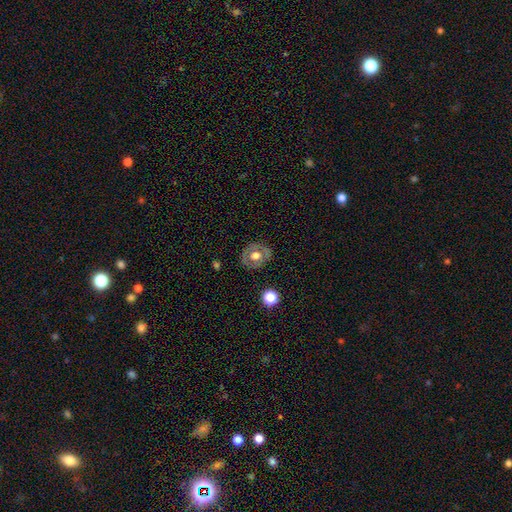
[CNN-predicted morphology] Smooth or featured? featured or disk (51%)
Edge-on disk? no (94%)
Merging? none (81%)